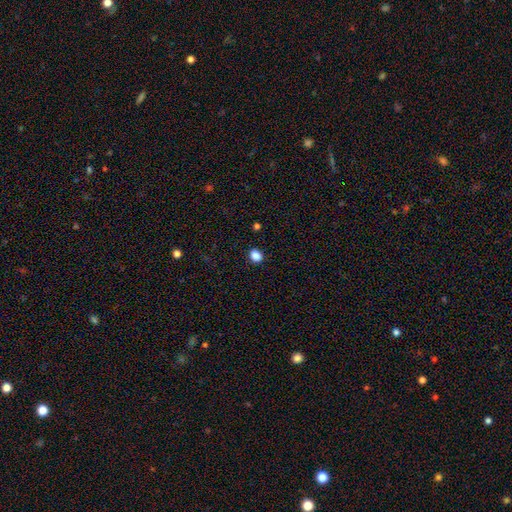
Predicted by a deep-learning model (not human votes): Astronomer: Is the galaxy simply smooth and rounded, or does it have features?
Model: smooth — 87%.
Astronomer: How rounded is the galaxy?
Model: round — 53% (runner-up: in between, 46%).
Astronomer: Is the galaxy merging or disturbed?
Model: none — 90%.